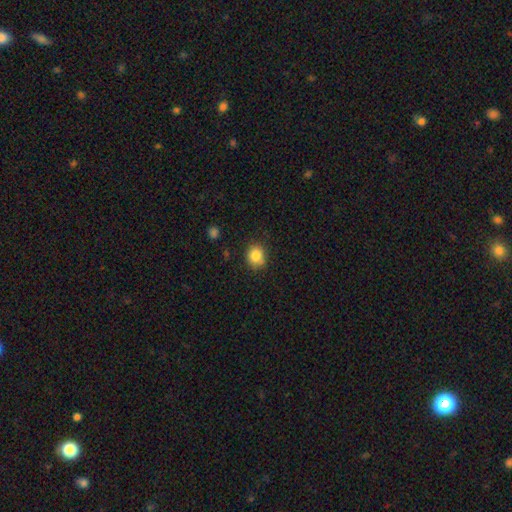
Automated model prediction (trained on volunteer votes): This is clearly a smooth galaxy (84%). How rounded: likely round (73%). Merging: likely none (78%).